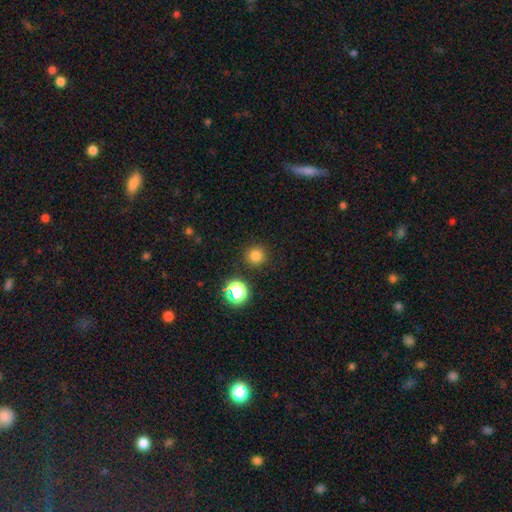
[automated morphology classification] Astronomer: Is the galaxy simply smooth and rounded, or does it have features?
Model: smooth — 78%.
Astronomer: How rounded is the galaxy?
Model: round — 94%.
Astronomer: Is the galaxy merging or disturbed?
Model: none — 90%.